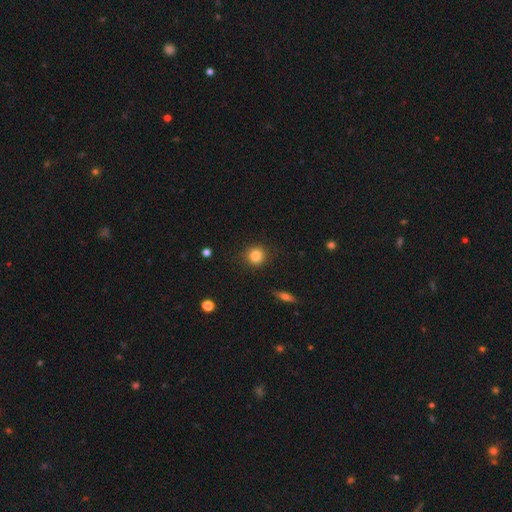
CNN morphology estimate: Overall: smooth (84%). How rounded: round (90%). Merging: none (88%).